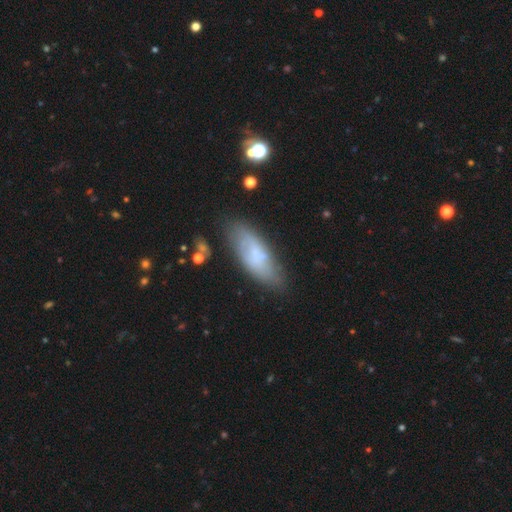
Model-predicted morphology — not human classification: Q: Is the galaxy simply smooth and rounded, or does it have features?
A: smooth — 56%.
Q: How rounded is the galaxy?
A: in between — 69%.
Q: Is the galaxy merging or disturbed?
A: none — 71%.